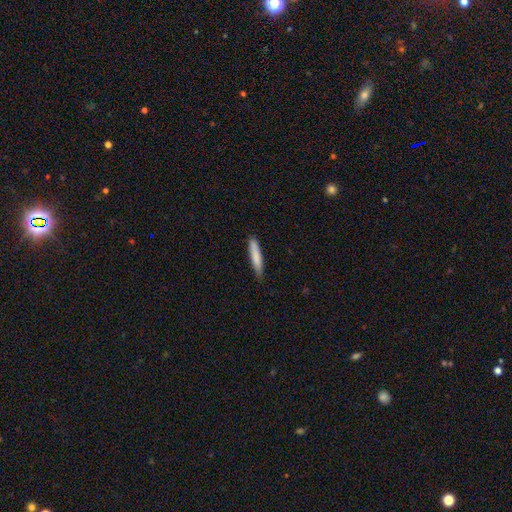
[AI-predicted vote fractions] The model was most divided on "merging": none: 82%, minor disturbance: 15%, major disturbance: 2%, merger: 1%. More confident: how rounded — cigar-shaped (88%); smooth or featured — smooth (82%).